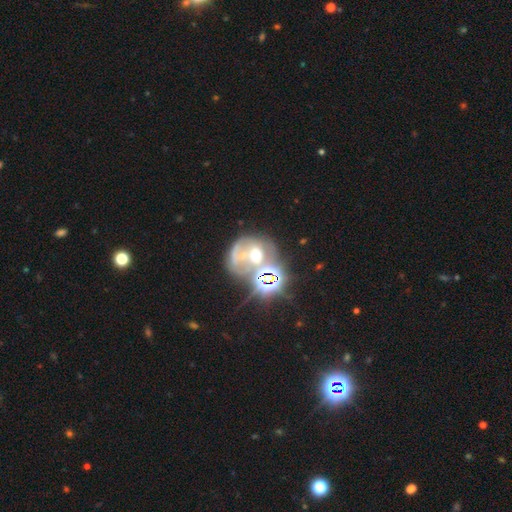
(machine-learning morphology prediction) Overall: featured or disk (39%; star or artifact 35%). Merging: merger (38%; none 30%).